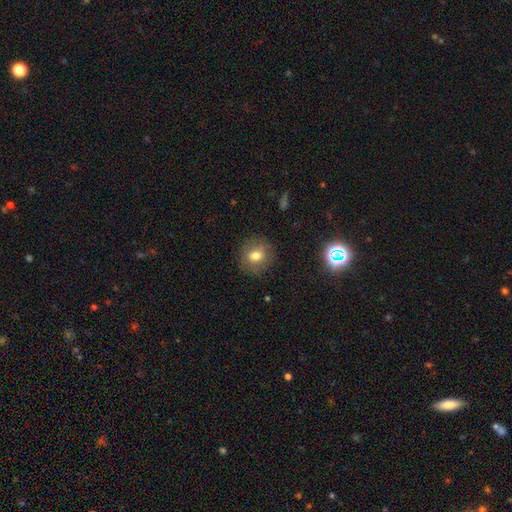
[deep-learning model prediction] A smooth galaxy with no disk features (68%) that is round (83%). Merging: none (83%).